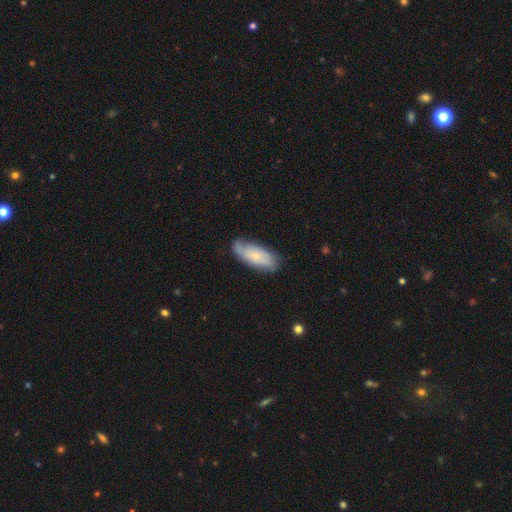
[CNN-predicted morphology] A smooth galaxy with no disk features (50%) that is in between round and cigar-shaped (83%).

Vote fractions:
- Smooth or featured? smooth: 50% / featured or disk: 43% / star or artifact: 6%
- How rounded? in between: 83% / cigar-shaped: 15% / round: 2%
- Merging? none: 67% / minor disturbance: 25% / major disturbance: 6% / merger: 2%